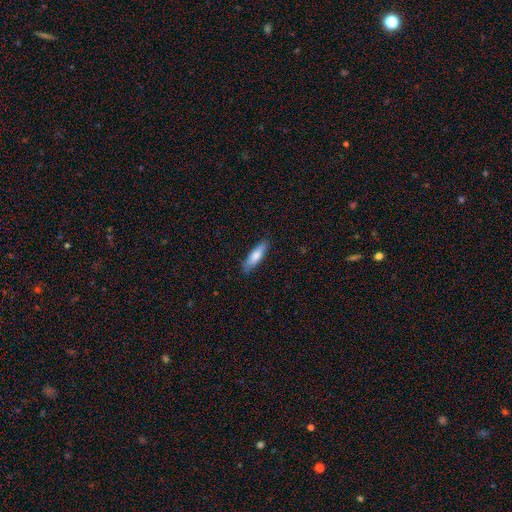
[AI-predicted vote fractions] This appears to be a smooth galaxy with no disk features (76%) that is cigar-shaped (54%). Merging: none (83%).